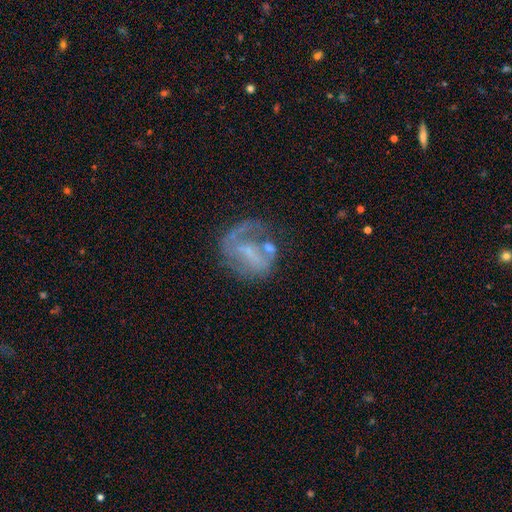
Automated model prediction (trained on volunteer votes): Smooth or featured?
  - featured or disk: 67% *
  - smooth: 22%
  - star or artifact: 10%
Edge-on disk?
  - no: 96% *
  - yes: 4%
Bar?
  - weak: 41% *
  - no: 36%
  - strong: 24%
Spiral arms?
  - yes: 61% *
  - no: 39%
Bulge size?
  - small: 43% *
  - none: 37%
  - moderate: 17%
  - large: 2%
  - dominant: 1%
Merging?
  - none: 42% *
  - major disturbance: 29%
  - minor disturbance: 20%
  - merger: 9%